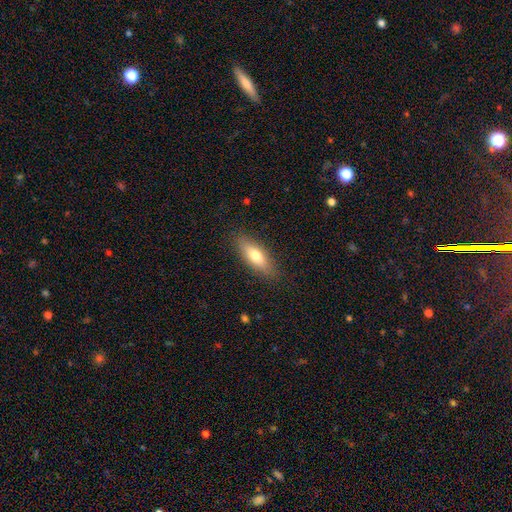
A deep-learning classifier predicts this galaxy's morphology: Smooth or featured: smooth — 70% (featured or disk — 23%)
How rounded: in between — 64% (cigar-shaped — 34%)
Merging: none — 85% (minor disturbance — 11%)